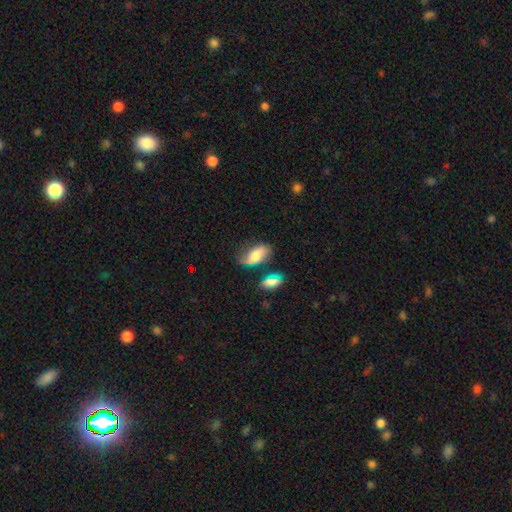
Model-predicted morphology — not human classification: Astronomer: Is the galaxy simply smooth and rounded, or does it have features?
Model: smooth — 55% (runner-up: featured or disk, 36%).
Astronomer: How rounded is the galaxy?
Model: in between — 88%.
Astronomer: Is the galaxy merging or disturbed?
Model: none — 52% (runner-up: minor disturbance, 28%).